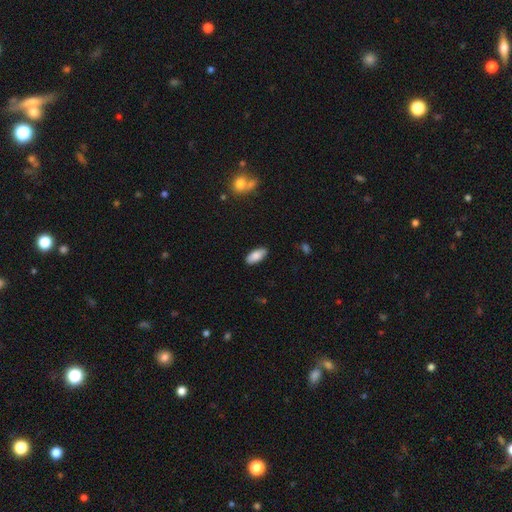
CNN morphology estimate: smooth-or-featured: smooth: 85% | featured or disk: 9% | star or artifact: 6%
  how-rounded: in between: 88% | cigar-shaped: 10% | round: 2%
  merging: none: 88% | minor disturbance: 9% | major disturbance: 2% | merger: 1%